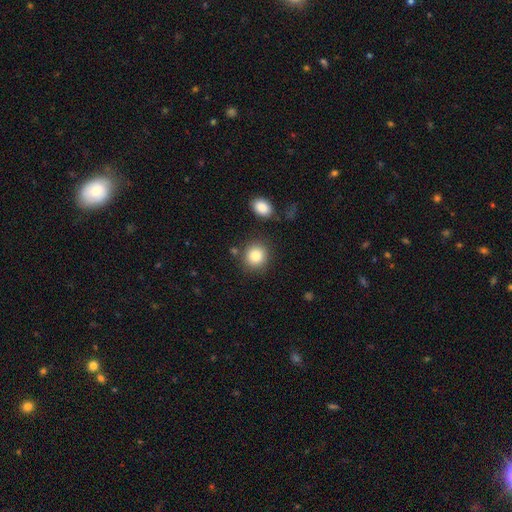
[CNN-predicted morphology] The model was most divided on "merging": none: 82%, minor disturbance: 9%, merger: 6%, major disturbance: 3%. More confident: how rounded — round (86%); smooth or featured — smooth (85%).